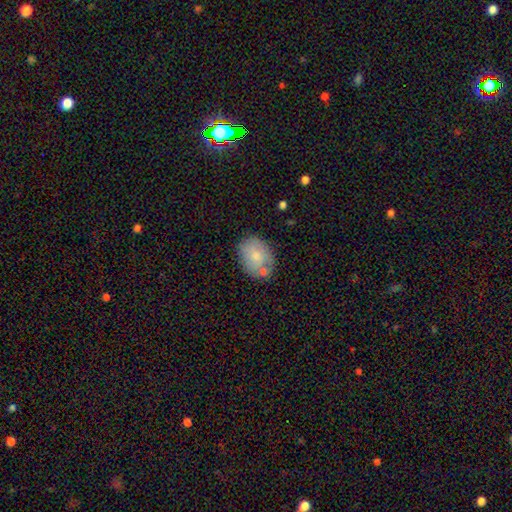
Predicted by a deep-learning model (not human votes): Smooth or featured?
  - smooth: 74% *
  - featured or disk: 19%
  - star or artifact: 7%
How rounded?
  - in between: 67% *
  - round: 32%
  - cigar-shaped: 1%
Merging?
  - none: 65% *
  - minor disturbance: 20%
  - merger: 10%
  - major disturbance: 5%